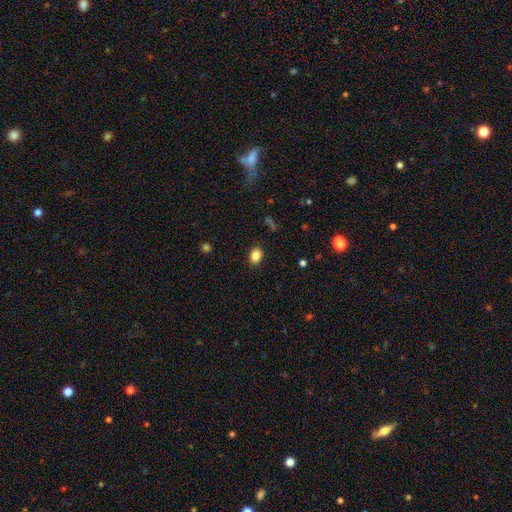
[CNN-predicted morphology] A smooth galaxy with no disk features (84%) that is in between round and cigar-shaped (53%). Merging: none (88%).